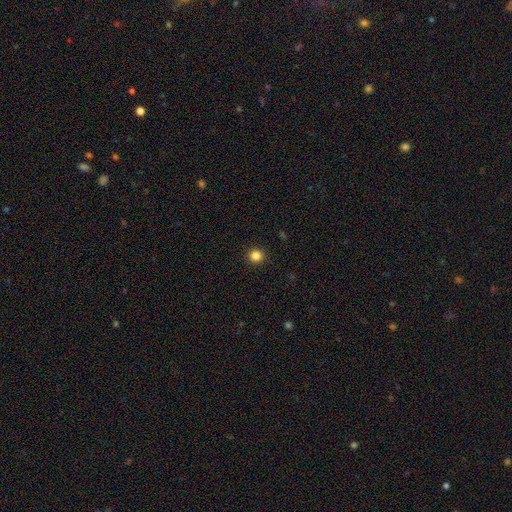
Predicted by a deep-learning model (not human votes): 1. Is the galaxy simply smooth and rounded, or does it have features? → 84% smooth, 12% star or artifact, 4% featured or disk.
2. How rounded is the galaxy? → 95% round, 4% in between, 1% cigar-shaped.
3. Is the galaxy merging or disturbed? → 93% none, 5% minor disturbance, 2% major disturbance, 1% merger.